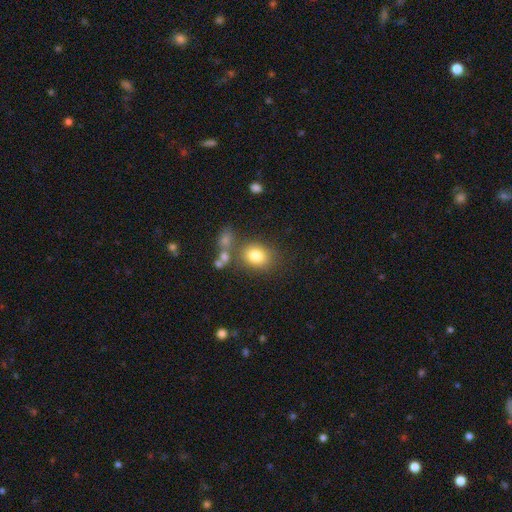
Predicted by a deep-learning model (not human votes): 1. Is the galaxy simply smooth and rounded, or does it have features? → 80% smooth, 10% star or artifact, 9% featured or disk.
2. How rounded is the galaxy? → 51% round, 48% in between, 1% cigar-shaped.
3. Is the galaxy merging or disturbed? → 66% none, 14% minor disturbance, 13% merger, 6% major disturbance.